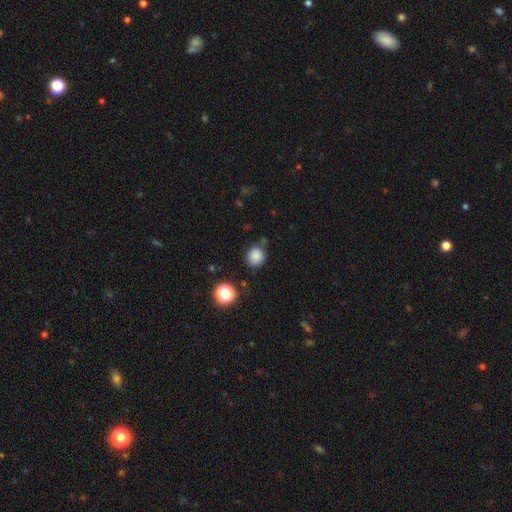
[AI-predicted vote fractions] Overall: smooth (84%). How rounded: round (84%). Merging: none (77%).